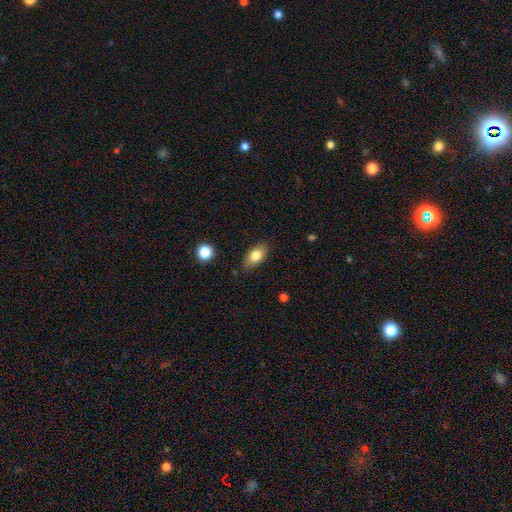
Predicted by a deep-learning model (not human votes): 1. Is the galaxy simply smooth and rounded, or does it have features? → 79% smooth, 13% featured or disk, 7% star or artifact.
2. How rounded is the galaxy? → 90% in between, 6% round, 4% cigar-shaped.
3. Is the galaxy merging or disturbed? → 84% none, 12% minor disturbance, 3% major disturbance, 1% merger.